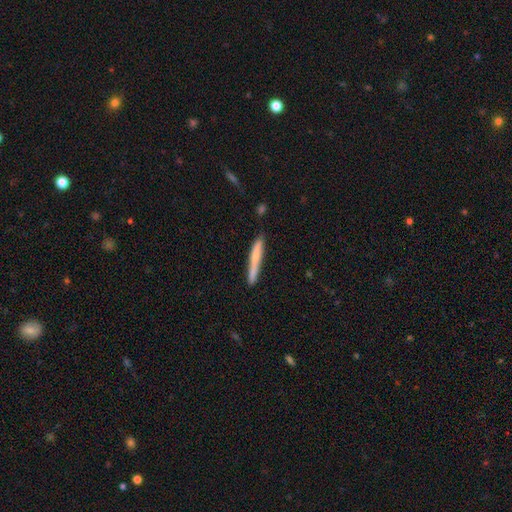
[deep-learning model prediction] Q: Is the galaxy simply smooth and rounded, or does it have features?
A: smooth — 69%.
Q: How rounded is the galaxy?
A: cigar-shaped — 95%.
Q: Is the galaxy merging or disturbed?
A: none — 79%.